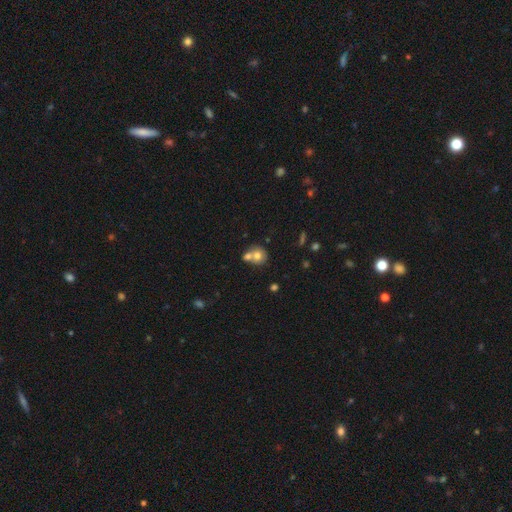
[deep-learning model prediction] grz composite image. It shows a smooth galaxy with no disk features (71%) that is round (79%). Merging: merger (55%).